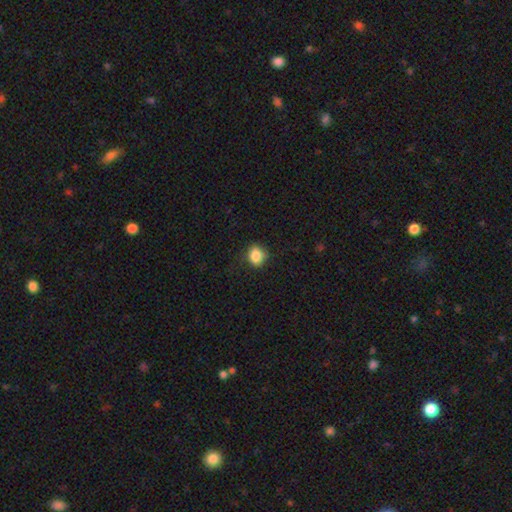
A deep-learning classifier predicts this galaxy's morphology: type=smooth (84%); roundness=round (60%); merging=none (76%).